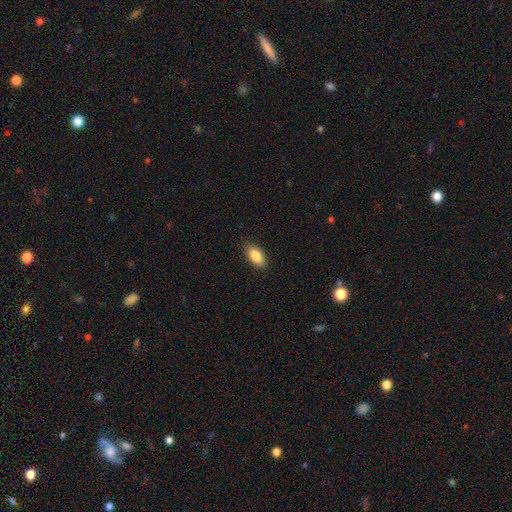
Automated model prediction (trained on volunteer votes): smooth_or_featured: smooth (p=0.85) [alt: featured or disk p=0.08]
how_rounded: in between (p=0.90) [alt: cigar-shaped p=0.06]
merging: none (p=0.84) [alt: minor disturbance p=0.12]